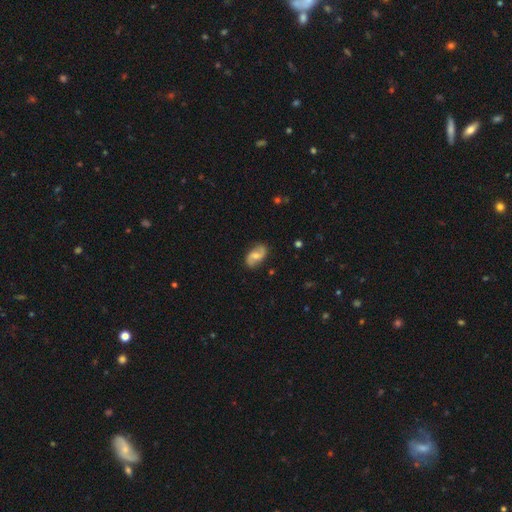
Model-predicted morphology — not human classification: Smooth or featured?
  - featured or disk: 72% *
  - smooth: 21%
  - star or artifact: 7%
Edge-on disk?
  - no: 97% *
  - yes: 3%
Bar?
  - weak: 45% *
  - no: 44%
  - strong: 11%
Spiral arms?
  - yes: 93% *
  - no: 7%
Spiral winding?
  - loose: 52% *
  - medium: 35%
  - tight: 13%
Spiral arm count?
  - 2: 92% *
  - can't tell: 4%
  - 1: 2%
  - 3: 1%
  - 4: 1%
  - more than 4: 1%
Bulge size?
  - moderate: 56% *
  - small: 33%
  - none: 6%
  - large: 5%
  - dominant: 1%
Merging?
  - none: 82% *
  - minor disturbance: 13%
  - major disturbance: 3%
  - merger: 1%